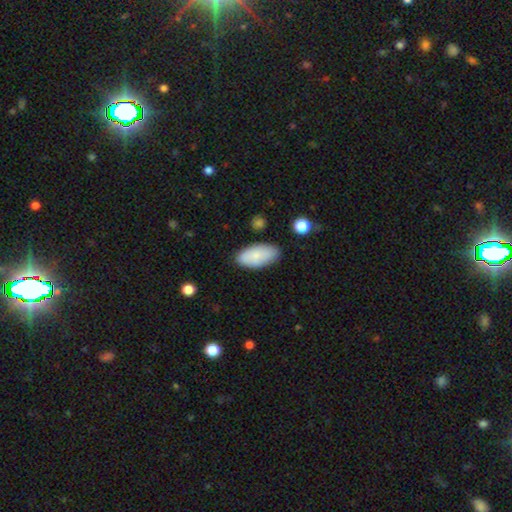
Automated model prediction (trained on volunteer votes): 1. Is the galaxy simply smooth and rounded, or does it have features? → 83% smooth, 11% featured or disk, 6% star or artifact.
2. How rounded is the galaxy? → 93% in between, 5% cigar-shaped, 2% round.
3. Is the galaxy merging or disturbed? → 82% none, 13% minor disturbance, 3% major disturbance, 2% merger.